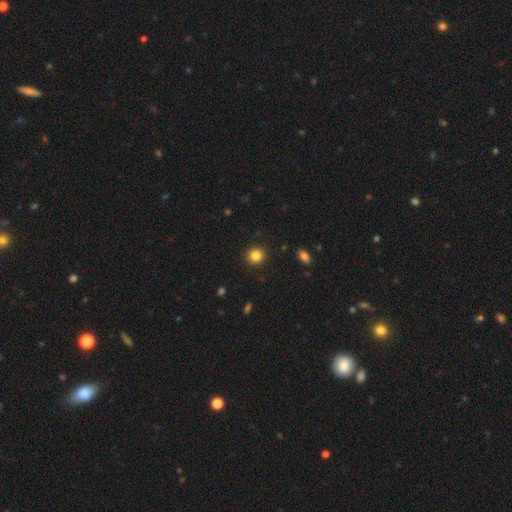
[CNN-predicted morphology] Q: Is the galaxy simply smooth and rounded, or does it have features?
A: smooth — 83%.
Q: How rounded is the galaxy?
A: round — 88%.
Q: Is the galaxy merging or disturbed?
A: none — 91%.